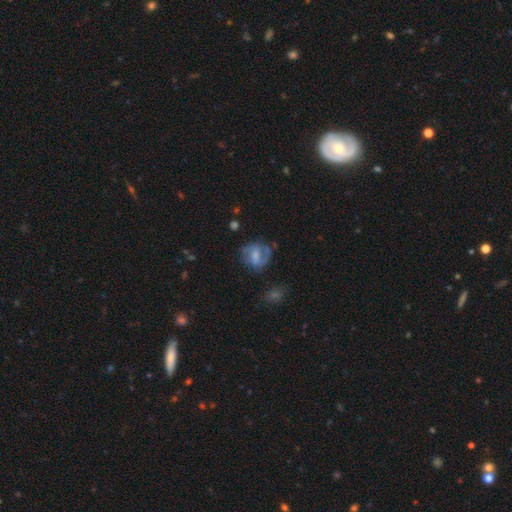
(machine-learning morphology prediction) type=featured or disk (57%); edge-on=no (97%); bar=weak (49%); spiral arms=yes (79%); bulge=moderate (35%); merging=none (59%).